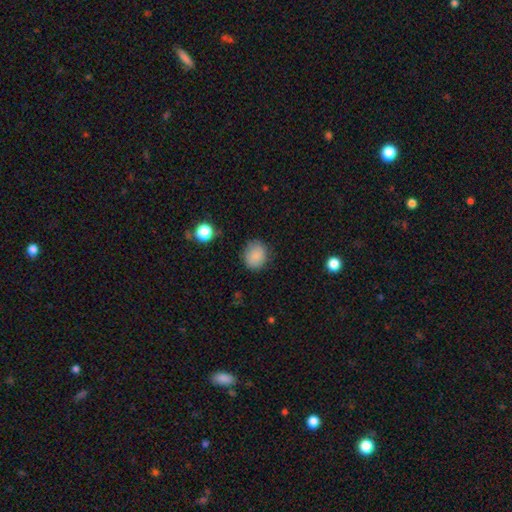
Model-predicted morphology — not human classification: smooth-or-featured: smooth: 85% | star or artifact: 9% | featured or disk: 5%
  how-rounded: round: 75% | in between: 24% | cigar-shaped: 1%
  merging: none: 82% | minor disturbance: 13% | major disturbance: 3% | merger: 1%